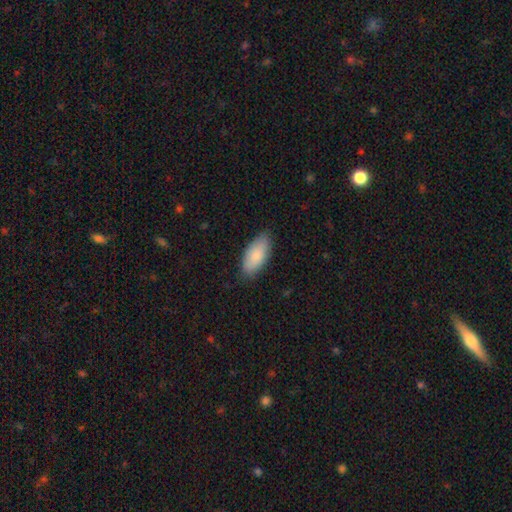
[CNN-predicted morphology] Q: Smooth or featured?
A: smooth (84%); runner-up: featured or disk (10%)
Q: How rounded?
A: in between (90%); runner-up: cigar-shaped (8%)
Q: Merging?
A: none (83%); runner-up: minor disturbance (14%)